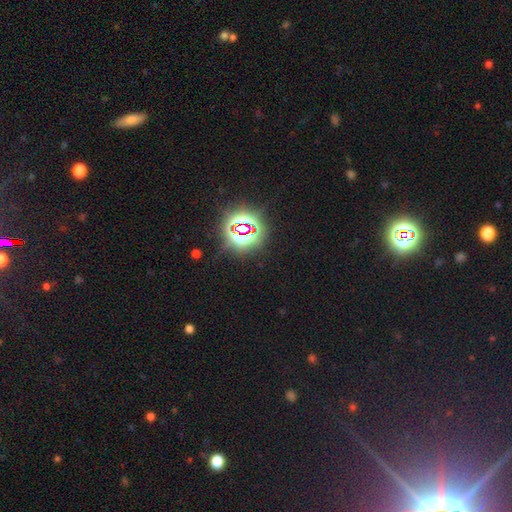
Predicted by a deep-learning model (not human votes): A star or artifact, not a galaxy (81%).